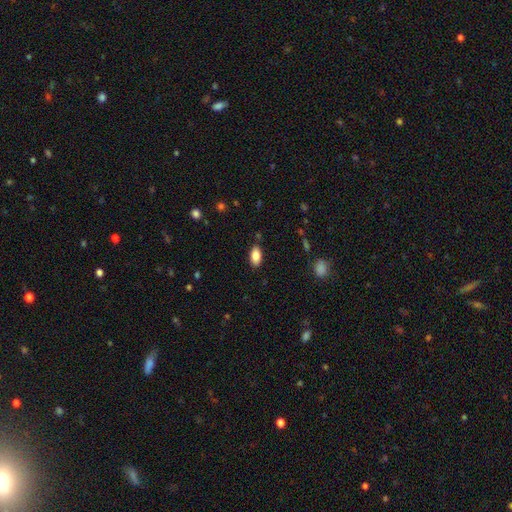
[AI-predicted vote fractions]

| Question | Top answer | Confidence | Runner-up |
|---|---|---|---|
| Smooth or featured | smooth | 85% | star or artifact (8%) |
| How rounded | in between | 92% | cigar-shaped (4%) |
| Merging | none | 86% | minor disturbance (10%) |